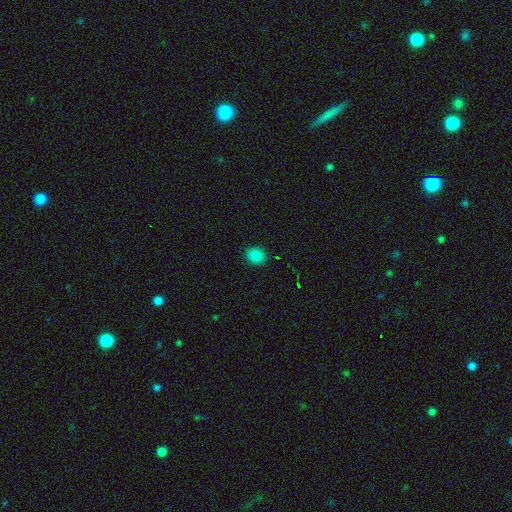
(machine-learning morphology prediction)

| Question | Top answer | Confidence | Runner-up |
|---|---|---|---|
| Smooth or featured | smooth | 85% | star or artifact (12%) |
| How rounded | round | 62% | in between (37%) |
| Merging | none | 89% | minor disturbance (8%) |